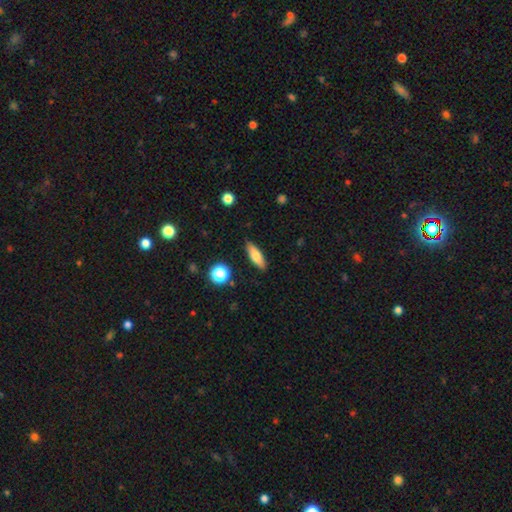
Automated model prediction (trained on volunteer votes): Morphology: type=smooth (74%); roundness=in between (49%); merging=none (87%).